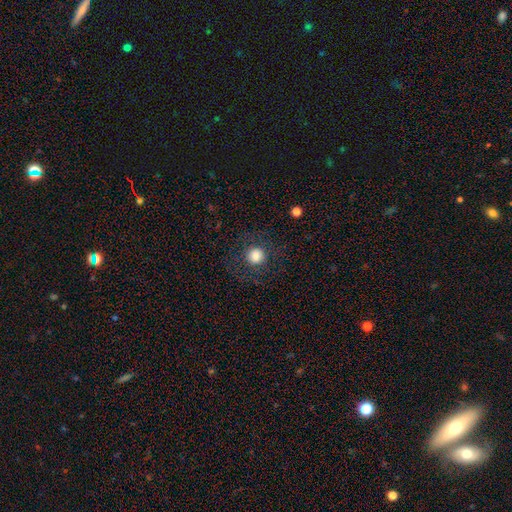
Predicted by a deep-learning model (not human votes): smooth 80%, star or artifact 11%, featured or disk 9%. Down the decision tree: how rounded — round (92%); merging — none (85%).